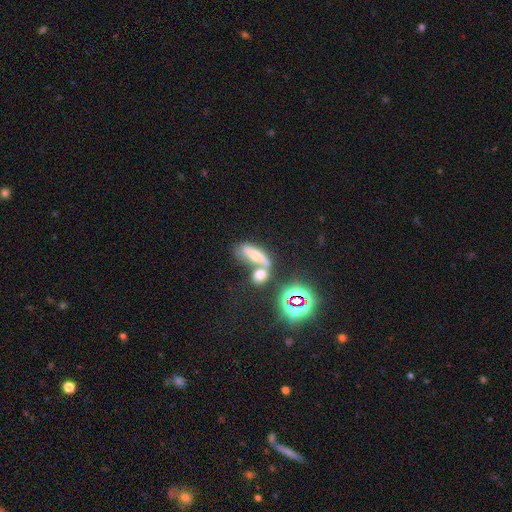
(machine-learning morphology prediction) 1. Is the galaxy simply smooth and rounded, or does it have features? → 57% smooth, 25% featured or disk, 19% star or artifact.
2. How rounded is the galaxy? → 50% in between, 36% cigar-shaped, 14% round.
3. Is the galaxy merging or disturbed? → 49% merger, 31% none, 11% minor disturbance, 9% major disturbance.